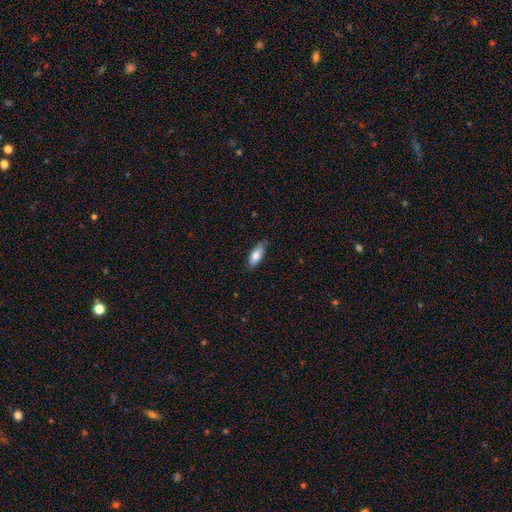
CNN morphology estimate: A smooth galaxy with no disk features (78%) that is in between round and cigar-shaped (78%).

Vote fractions:
- Smooth or featured? smooth: 78% / featured or disk: 16% / star or artifact: 6%
- How rounded? in between: 78% / cigar-shaped: 20% / round: 2%
- Merging? none: 76% / minor disturbance: 20% / major disturbance: 3% / merger: 1%